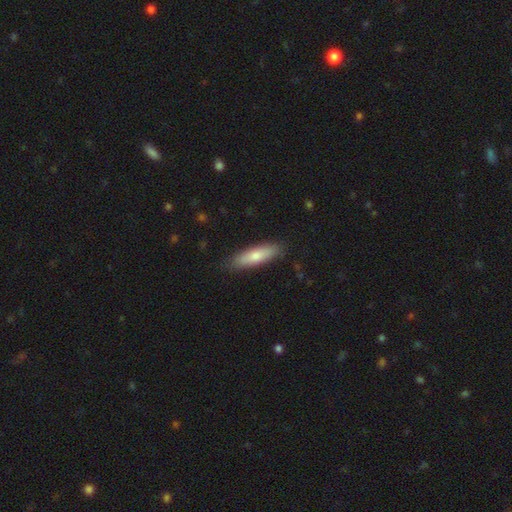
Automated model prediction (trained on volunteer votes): A smooth galaxy with no disk features (70%) that is cigar-shaped (65%).

Vote fractions:
- Smooth or featured? smooth: 70% / featured or disk: 24% / star or artifact: 6%
- How rounded? cigar-shaped: 65% / in between: 33% / round: 2%
- Merging? none: 86% / minor disturbance: 11% / major disturbance: 2% / merger: 1%